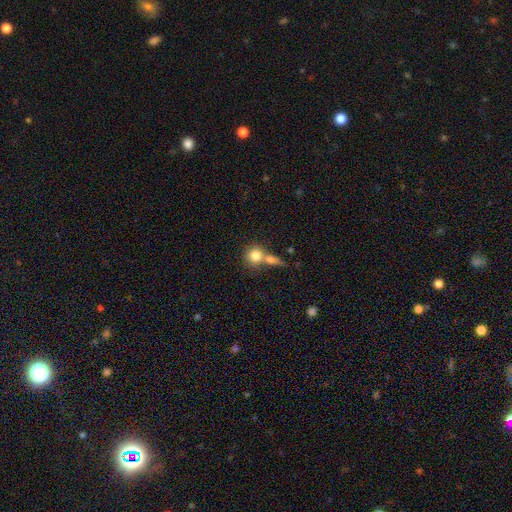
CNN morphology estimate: type=smooth (78%); roundness=round (85%); merging=merger (48%).